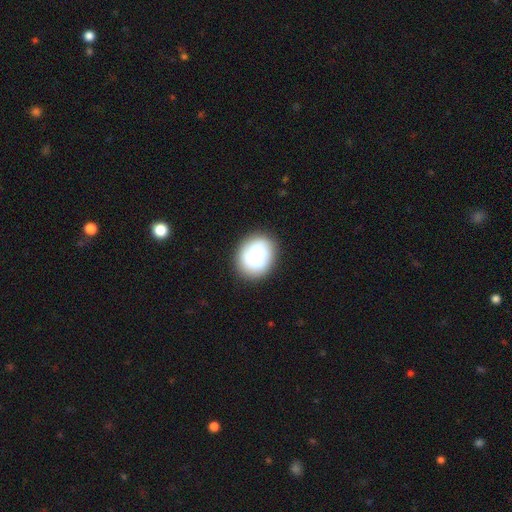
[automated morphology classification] smooth_or_featured: smooth (p=0.70) [alt: featured or disk p=0.22]
how_rounded: round (p=0.58) [alt: in between p=0.41]
merging: none (p=0.79) [alt: minor disturbance p=0.14]